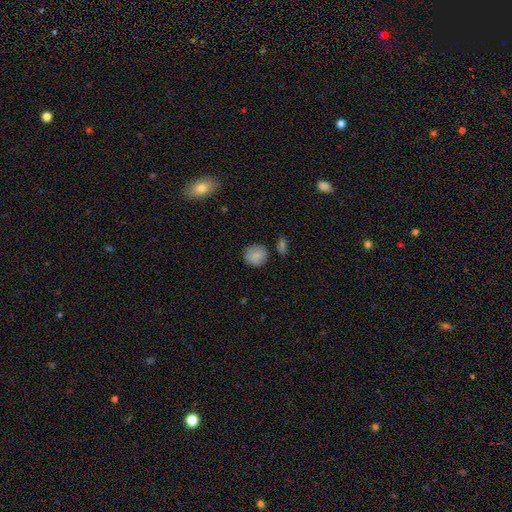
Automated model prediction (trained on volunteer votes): Morphology: type=smooth (82%); roundness=round (84%); merging=none (76%).